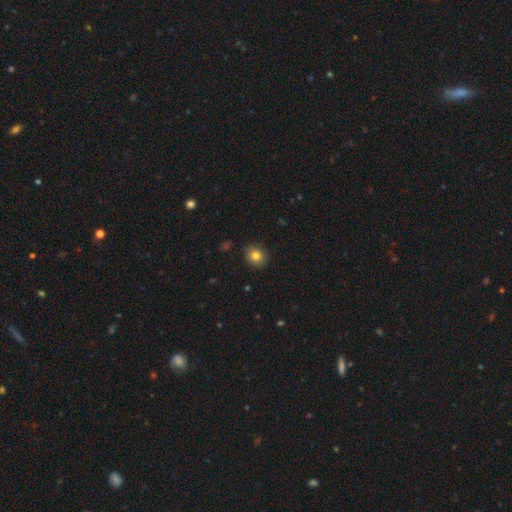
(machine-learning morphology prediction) type=smooth (81%); roundness=round (71%); merging=none (88%).